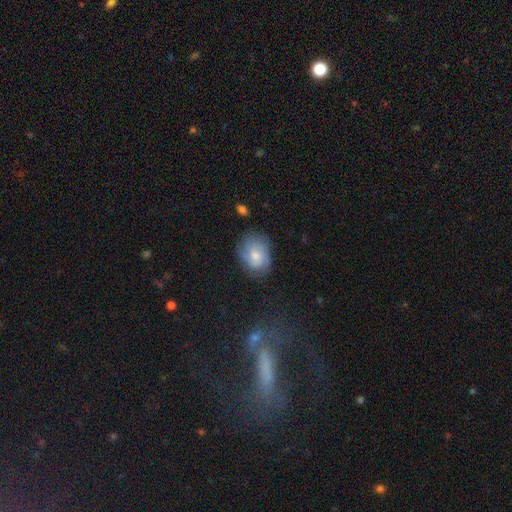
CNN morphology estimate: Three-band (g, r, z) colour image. It shows a smooth galaxy with no disk features (56%) that is in between round and cigar-shaped (58%). Merging: none (67%).